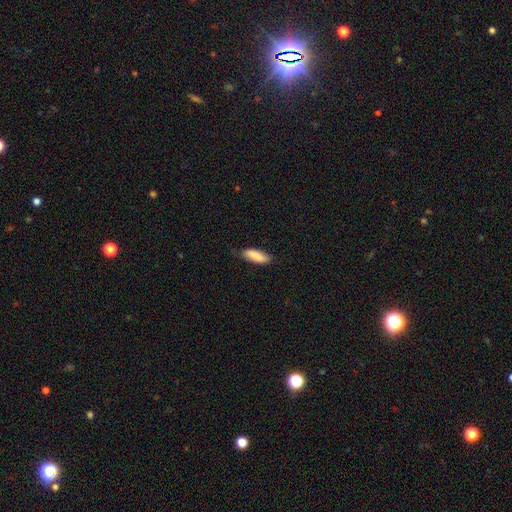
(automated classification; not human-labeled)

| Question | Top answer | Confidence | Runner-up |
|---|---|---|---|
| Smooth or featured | smooth | 87% | featured or disk (7%) |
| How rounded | in between | 64% | cigar-shaped (35%) |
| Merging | none | 74% | minor disturbance (21%) |